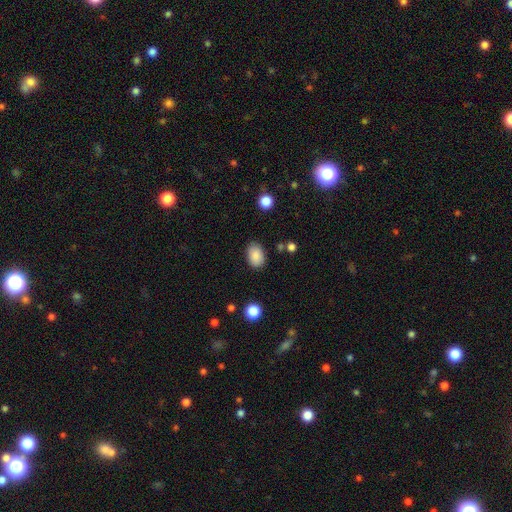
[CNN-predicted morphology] Overall: smooth (87%). How rounded: in between (84%). Merging: none (83%).